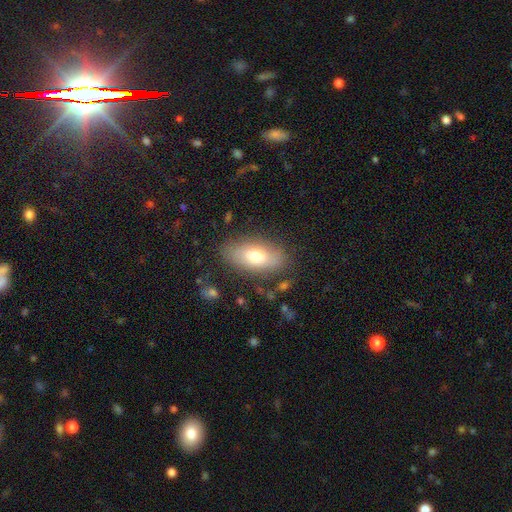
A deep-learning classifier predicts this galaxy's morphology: smooth-or-featured: smooth: 72% | featured or disk: 21% | star or artifact: 7%
  how-rounded: in between: 89% | cigar-shaped: 7% | round: 4%
  merging: none: 81% | minor disturbance: 13% | major disturbance: 4% | merger: 2%